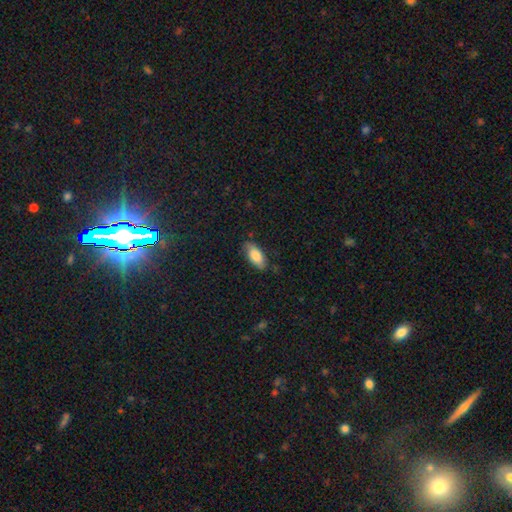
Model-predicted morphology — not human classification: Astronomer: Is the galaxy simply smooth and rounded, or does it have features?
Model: smooth — 82%.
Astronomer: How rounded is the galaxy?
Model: in between — 87%.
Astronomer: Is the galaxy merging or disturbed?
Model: none — 75%.